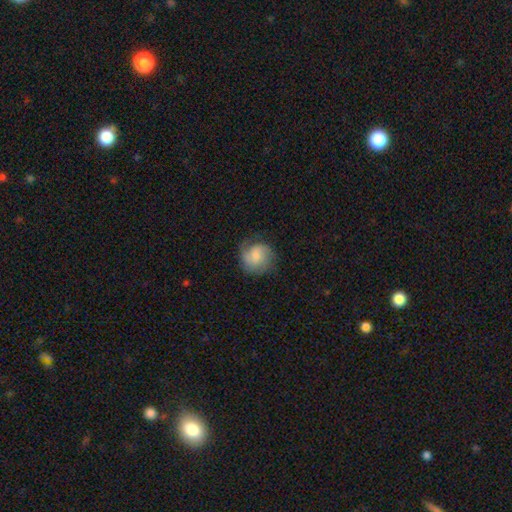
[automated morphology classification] smooth 56%, featured or disk 37%, star or artifact 8%. Down the decision tree: how rounded — round (84%); merging — none (68%).